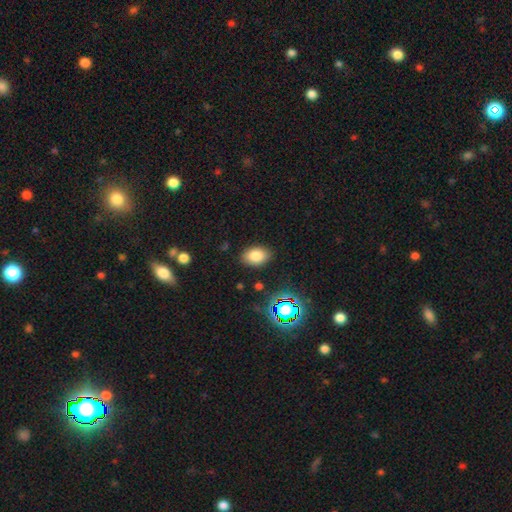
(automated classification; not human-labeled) smooth-or-featured: smooth: 79% | star or artifact: 13% | featured or disk: 8%
  how-rounded: in between: 83% | round: 15% | cigar-shaped: 1%
  merging: none: 85% | minor disturbance: 10% | major disturbance: 3% | merger: 2%